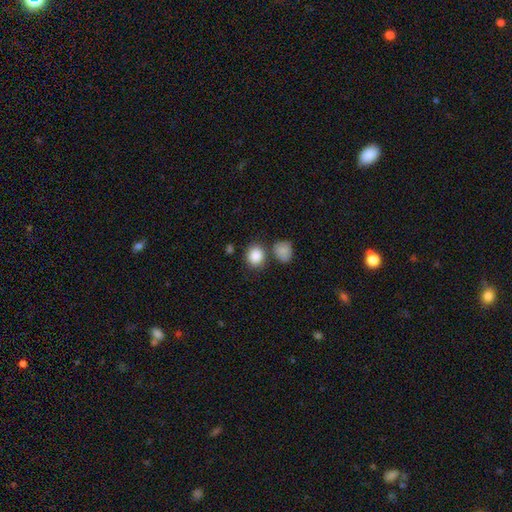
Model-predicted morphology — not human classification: Smooth or featured? Predicted: smooth (p=0.87). How rounded? Predicted: round (p=0.69). Merging? Predicted: none (p=0.70).